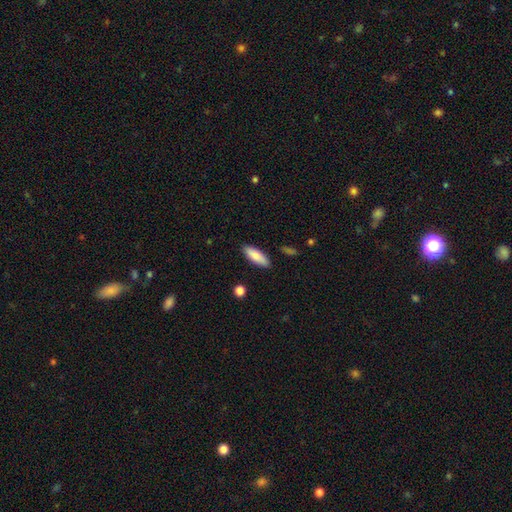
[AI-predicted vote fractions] Overall: smooth (84%). How rounded: in between (64%; cigar-shaped 34%). Merging: none (88%).